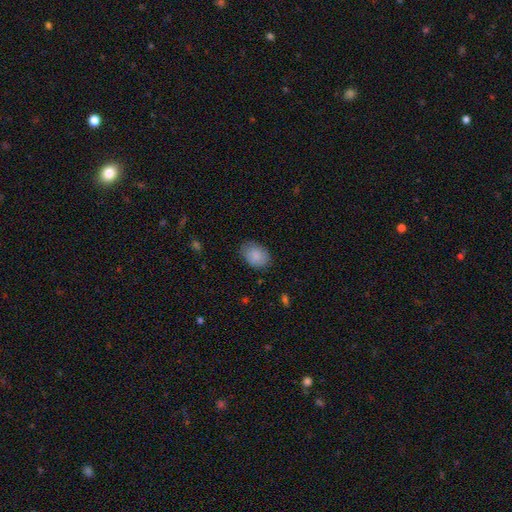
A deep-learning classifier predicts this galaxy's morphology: This appears to be a smooth galaxy with no disk features (85%) that is in between round and cigar-shaped (79%). Merging: none (77%).